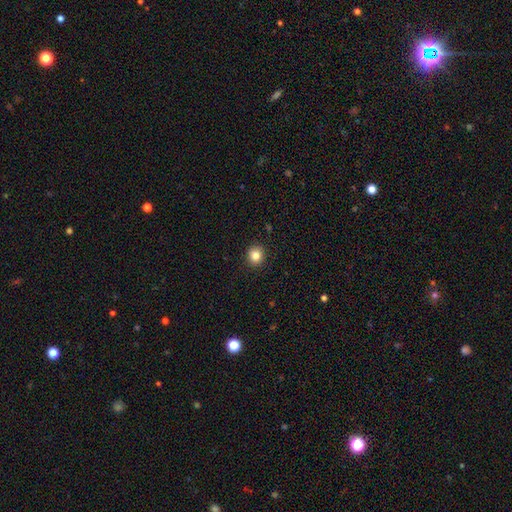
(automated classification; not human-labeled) Morphology: type=smooth (84%); roundness=round (85%); merging=none (91%).